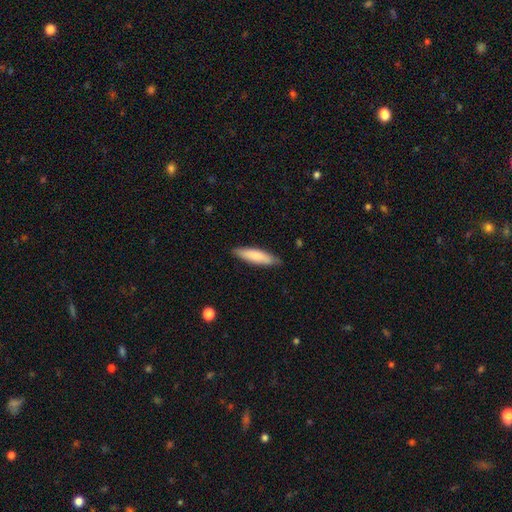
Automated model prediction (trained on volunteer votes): smooth-or-featured: smooth: 77% | featured or disk: 17% | star or artifact: 5%
  how-rounded: cigar-shaped: 71% | in between: 28% | round: 1%
  merging: none: 84% | minor disturbance: 13% | major disturbance: 2% | merger: 1%